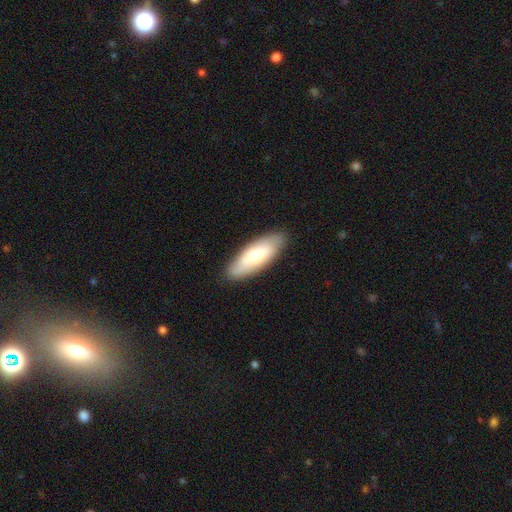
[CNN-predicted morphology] Q: Smooth or featured?
A: smooth (64%); runner-up: featured or disk (31%)
Q: How rounded?
A: in between (68%); runner-up: cigar-shaped (30%)
Q: Merging?
A: none (87%); runner-up: minor disturbance (10%)